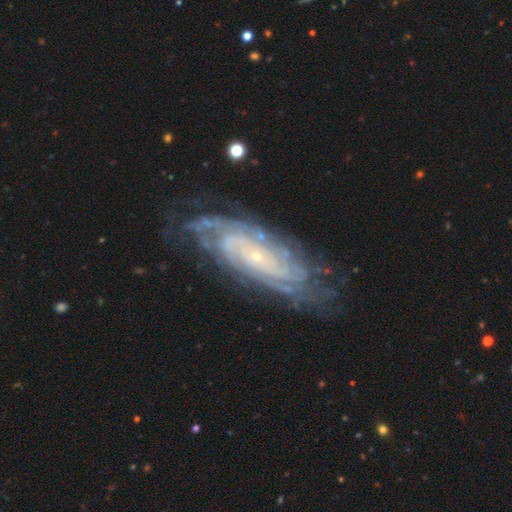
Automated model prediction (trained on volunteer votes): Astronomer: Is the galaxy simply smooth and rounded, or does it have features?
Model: featured or disk — 87%.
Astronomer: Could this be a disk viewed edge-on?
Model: no — 90%.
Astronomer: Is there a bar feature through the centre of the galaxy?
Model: no — 70%.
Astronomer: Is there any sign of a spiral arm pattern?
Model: yes — 97%.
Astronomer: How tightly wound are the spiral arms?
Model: tight — 76%.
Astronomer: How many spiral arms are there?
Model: can't tell — 37% (runner-up: 4, 18%).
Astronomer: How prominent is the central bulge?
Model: small — 86%.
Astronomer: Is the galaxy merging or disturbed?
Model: none — 76%.